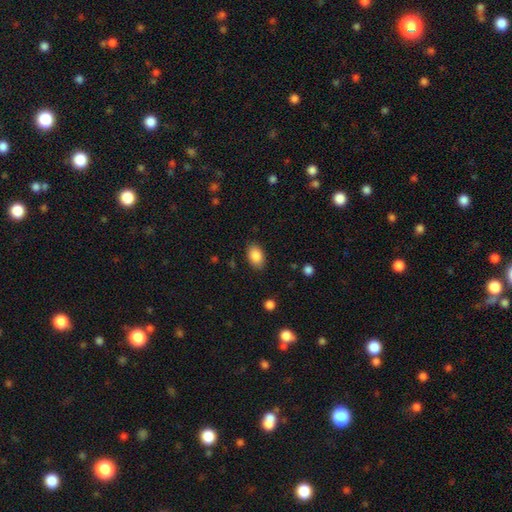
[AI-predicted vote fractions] Smooth or featured? Predicted: smooth (p=0.87). How rounded? Predicted: in between (p=0.88). Merging? Predicted: none (p=0.86).